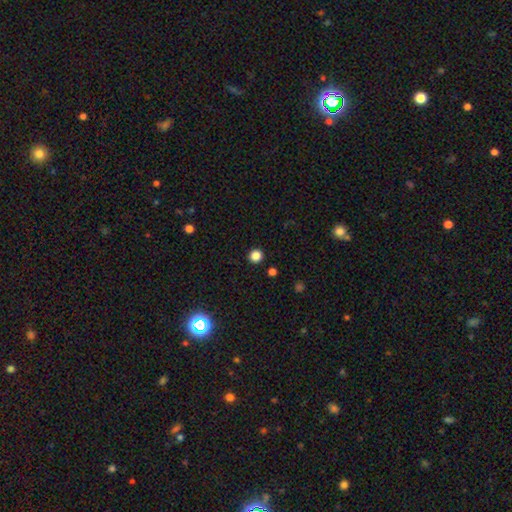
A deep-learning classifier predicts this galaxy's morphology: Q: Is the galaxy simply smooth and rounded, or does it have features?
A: smooth — 83%.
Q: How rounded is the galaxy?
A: round — 95%.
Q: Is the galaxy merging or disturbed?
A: none — 93%.